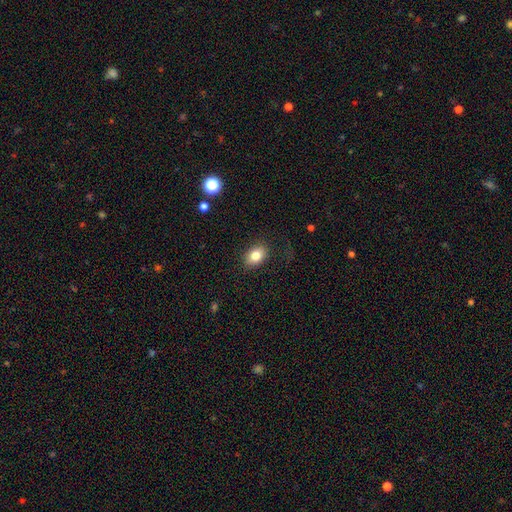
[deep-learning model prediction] Smooth or featured: smooth — 82% (featured or disk — 9%)
How rounded: in between — 79% (round — 19%)
Merging: none — 86% (minor disturbance — 10%)